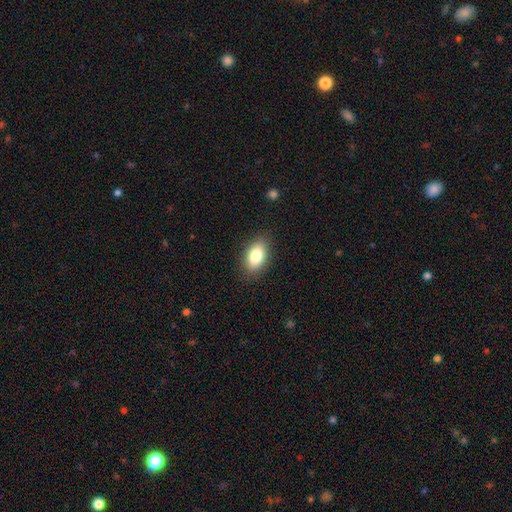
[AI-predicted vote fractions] smooth-or-featured: smooth: 81% | featured or disk: 11% | star or artifact: 8%
  how-rounded: in between: 90% | round: 7% | cigar-shaped: 3%
  merging: none: 87% | minor disturbance: 10% | major disturbance: 3% | merger: 1%